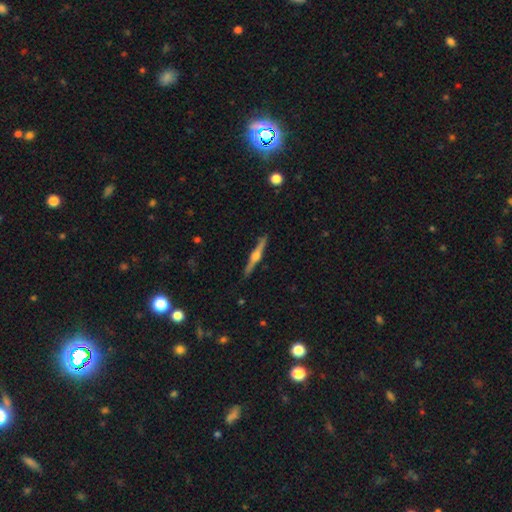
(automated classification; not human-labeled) A featured or disk galaxy (78%) viewed edge-on (98%) with a rounded central bulge (92%).

Vote fractions:
- Smooth or featured? featured or disk: 78% / smooth: 16% / star or artifact: 5%
- Edge-on disk? yes: 98% / no: 2%
- Edge-on bulge? rounded: 92% / boxy: 5% / none: 3%
- Merging? none: 91% / minor disturbance: 7% / major disturbance: 1% / merger: 1%